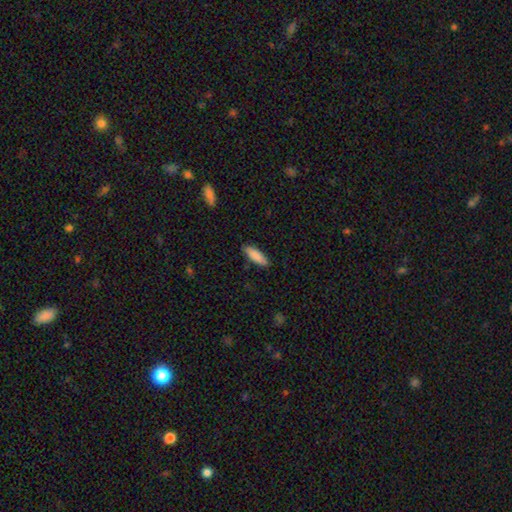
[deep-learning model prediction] A smooth galaxy with no disk features (87%) that is in between round and cigar-shaped (55%).

Vote fractions:
- Smooth or featured? smooth: 87% / featured or disk: 7% / star or artifact: 6%
- How rounded? in between: 55% / cigar-shaped: 44% / round: 2%
- Merging? none: 83% / minor disturbance: 13% / major disturbance: 2% / merger: 1%